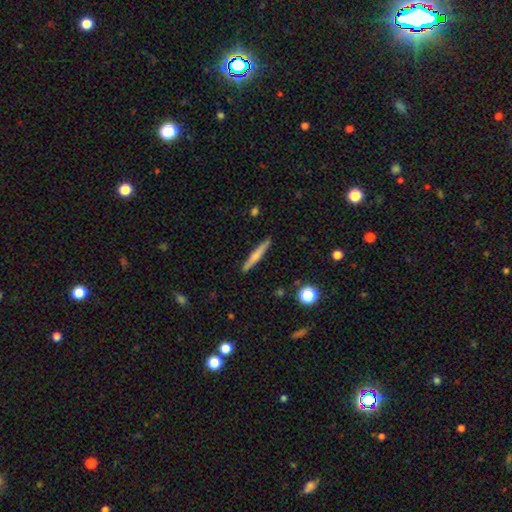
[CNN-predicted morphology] Q: Smooth or featured?
A: smooth (58%); runner-up: featured or disk (36%)
Q: How rounded?
A: cigar-shaped (95%); runner-up: in between (3%)
Q: Merging?
A: none (90%); runner-up: minor disturbance (7%)